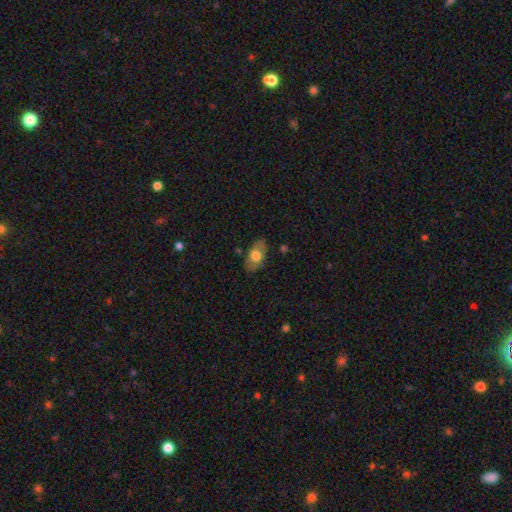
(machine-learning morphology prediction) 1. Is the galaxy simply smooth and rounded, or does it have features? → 62% smooth, 31% featured or disk, 6% star or artifact.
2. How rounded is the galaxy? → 91% in between, 6% round, 2% cigar-shaped.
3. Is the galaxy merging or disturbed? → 80% none, 15% minor disturbance, 3% major disturbance, 2% merger.